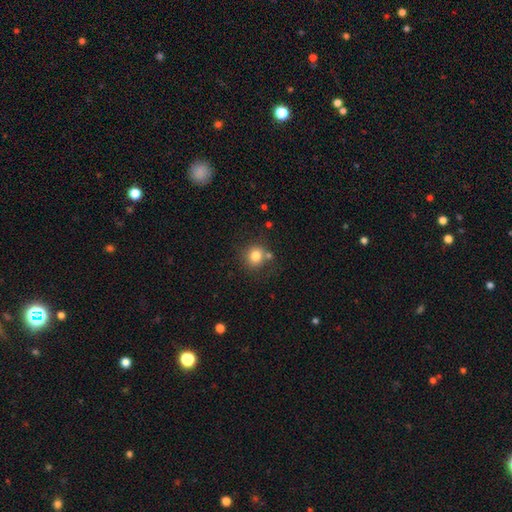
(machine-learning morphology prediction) Q: Smooth or featured?
A: smooth (81%); runner-up: star or artifact (11%)
Q: How rounded?
A: round (86%); runner-up: in between (14%)
Q: Merging?
A: none (71%); runner-up: minor disturbance (13%)